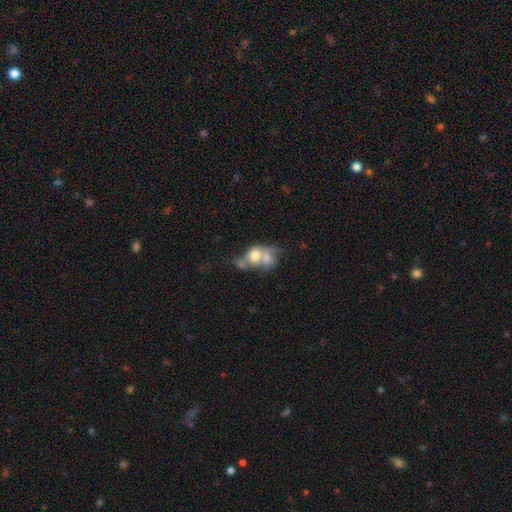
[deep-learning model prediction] Q: Smooth or featured?
A: smooth (57%); runner-up: featured or disk (33%)
Q: How rounded?
A: in between (56%); runner-up: round (42%)
Q: Merging?
A: merger (68%); runner-up: none (14%)